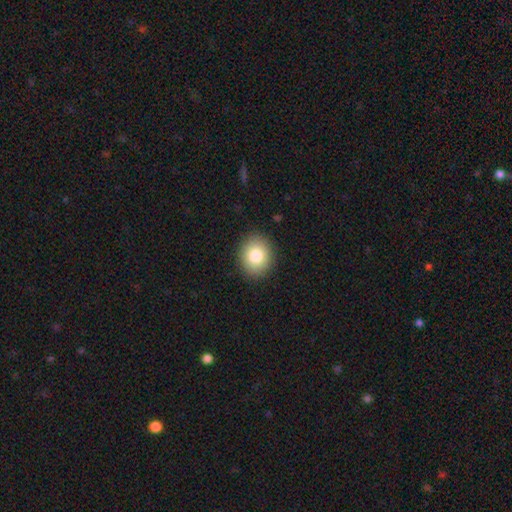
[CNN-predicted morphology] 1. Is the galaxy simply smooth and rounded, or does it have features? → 83% smooth, 9% featured or disk, 9% star or artifact.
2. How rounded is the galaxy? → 59% round, 40% in between, 1% cigar-shaped.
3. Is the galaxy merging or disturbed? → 89% none, 8% minor disturbance, 2% major disturbance, 1% merger.